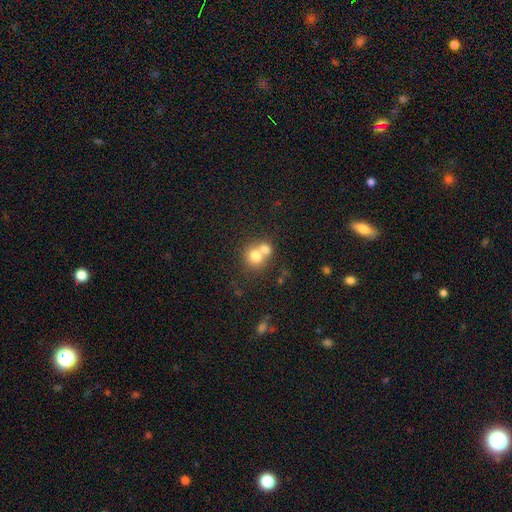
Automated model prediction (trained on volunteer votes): The model was most divided on "merging": merger: 59%, none: 33%, minor disturbance: 6%, major disturbance: 2%. More confident: how rounded — round (81%); smooth or featured — smooth (74%).